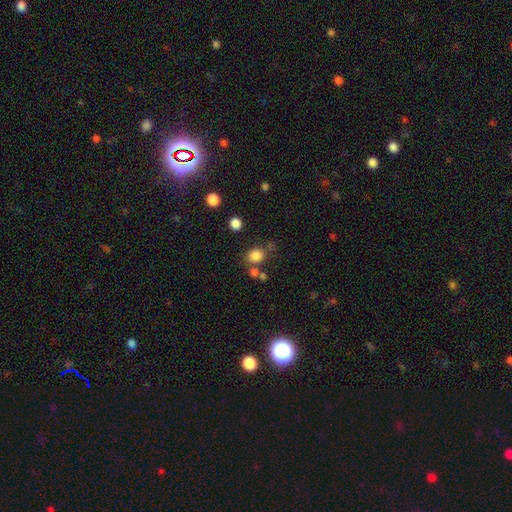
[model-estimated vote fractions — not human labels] Morphology: type=smooth (83%); roundness=round (71%); merging=none (70%).